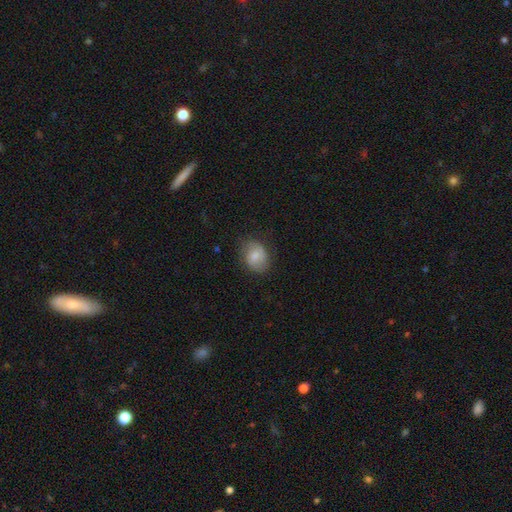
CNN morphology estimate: Q: Smooth or featured?
A: smooth (74%); runner-up: featured or disk (18%)
Q: How rounded?
A: in between (62%); runner-up: round (37%)
Q: Merging?
A: none (72%); runner-up: minor disturbance (21%)